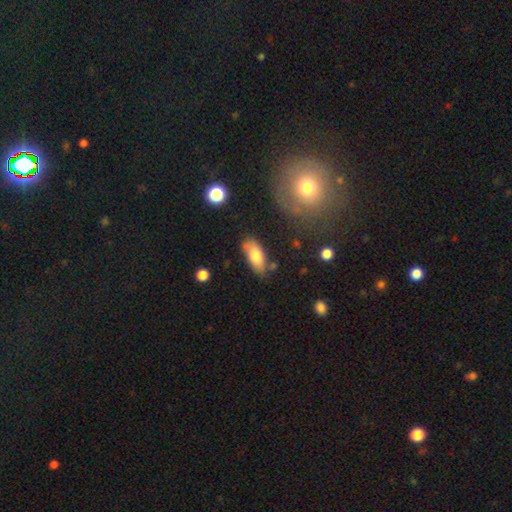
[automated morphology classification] A smooth galaxy with no disk features (74%) that is in between round and cigar-shaped (84%). Merging: none (66%).